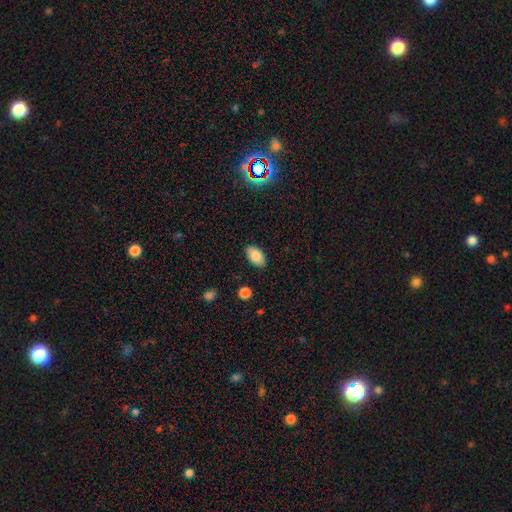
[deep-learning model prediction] smooth_or_featured: smooth (p=0.85) [alt: star or artifact p=0.08]
how_rounded: in between (p=0.93) [alt: round p=0.05]
merging: none (p=0.86) [alt: minor disturbance p=0.10]